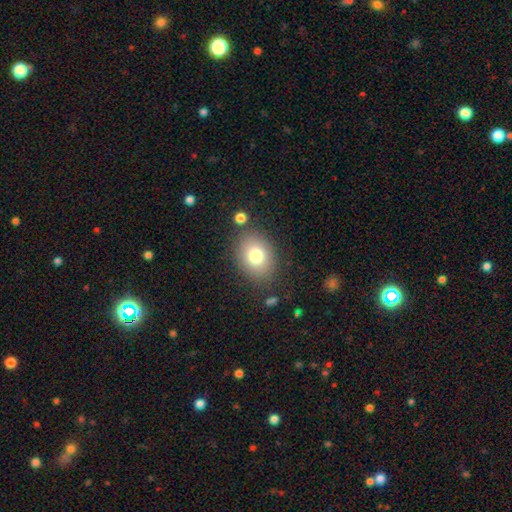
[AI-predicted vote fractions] Morphology: type=smooth (78%); roundness=in between (57%); merging=none (81%).